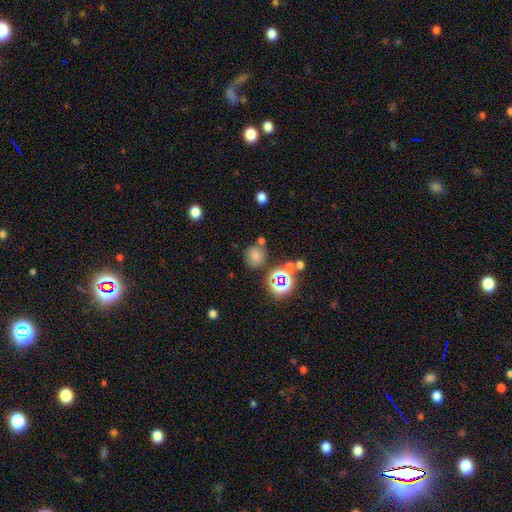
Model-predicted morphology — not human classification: smooth 69%, star or artifact 23%, featured or disk 8%. Down the decision tree: how rounded — round (78%); merging — none (71%).